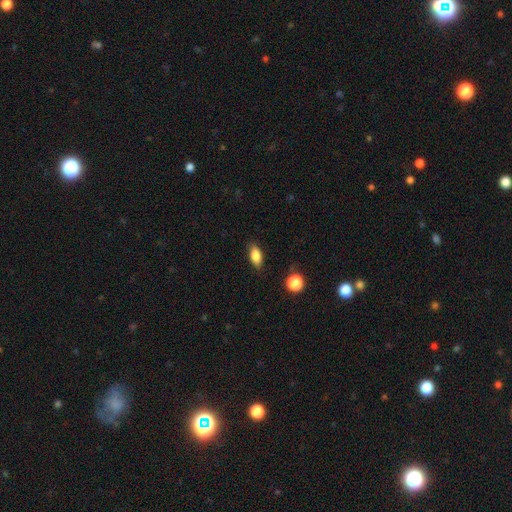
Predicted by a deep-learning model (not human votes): smooth-or-featured: smooth: 84% | star or artifact: 8% | featured or disk: 7%
  how-rounded: in between: 86% | cigar-shaped: 8% | round: 6%
  merging: none: 84% | minor disturbance: 12% | major disturbance: 3% | merger: 1%